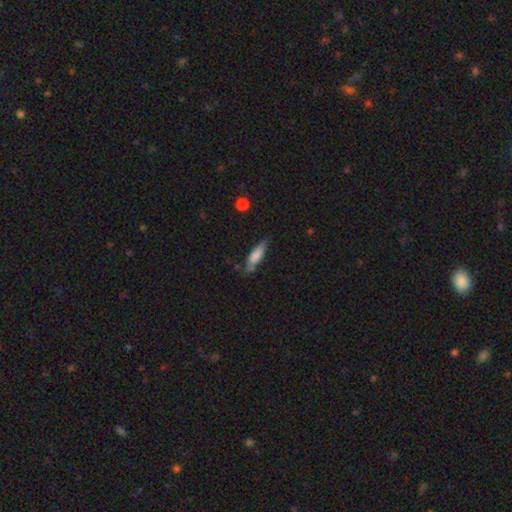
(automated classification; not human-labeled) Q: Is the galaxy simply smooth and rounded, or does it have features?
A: smooth — 73%.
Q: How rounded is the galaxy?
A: cigar-shaped — 61%.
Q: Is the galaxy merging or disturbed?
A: none — 65%.